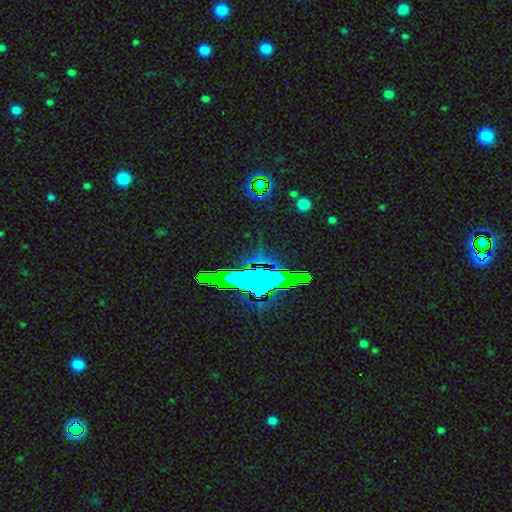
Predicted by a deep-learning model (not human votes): Morphology: type=star or artifact (73%).